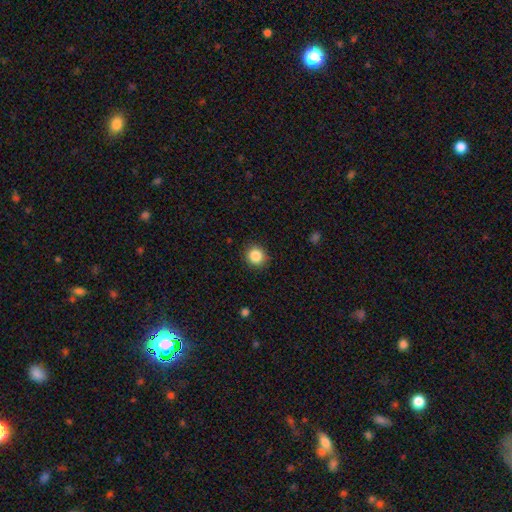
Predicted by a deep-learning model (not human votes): Smooth or featured?
  - smooth: 86% *
  - star or artifact: 10%
  - featured or disk: 4%
How rounded?
  - round: 89% *
  - in between: 10%
  - cigar-shaped: 1%
Merging?
  - none: 89% *
  - minor disturbance: 7%
  - major disturbance: 2%
  - merger: 1%